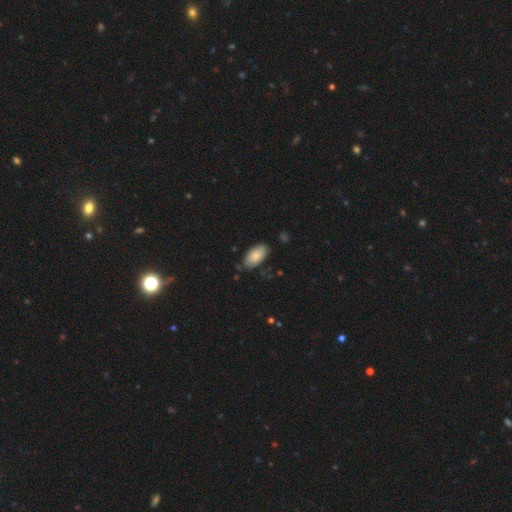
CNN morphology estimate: Smooth or featured?
  - smooth: 85% *
  - featured or disk: 9%
  - star or artifact: 6%
How rounded?
  - in between: 94% *
  - cigar-shaped: 3%
  - round: 2%
Merging?
  - none: 76% *
  - minor disturbance: 19%
  - major disturbance: 3%
  - merger: 2%